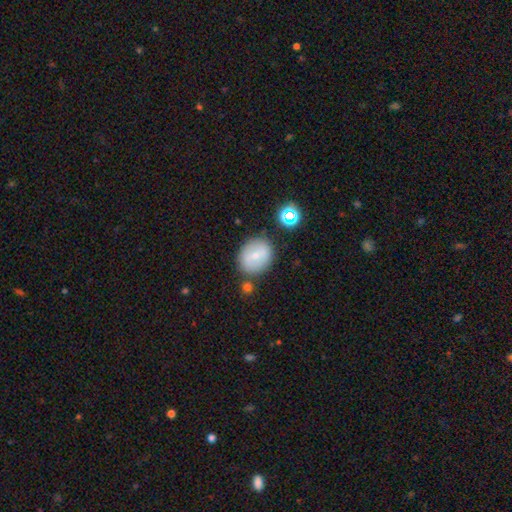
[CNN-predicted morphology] Smooth or featured: smooth — 65% (featured or disk — 25%)
How rounded: round — 66% (in between — 33%)
Merging: none — 76% (minor disturbance — 13%)